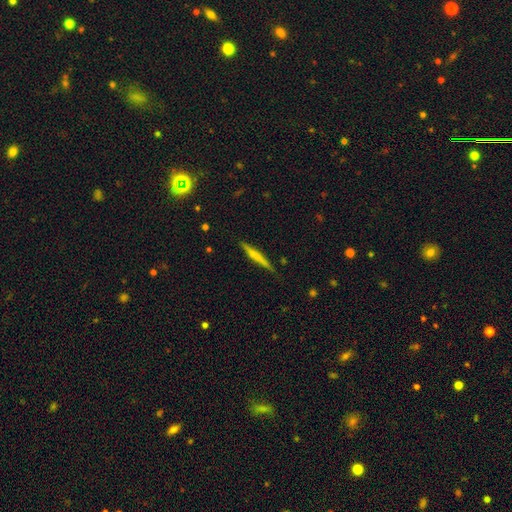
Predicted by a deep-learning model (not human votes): smooth 50%, featured or disk 44%, star or artifact 6%. Down the decision tree: merging — none (86%).